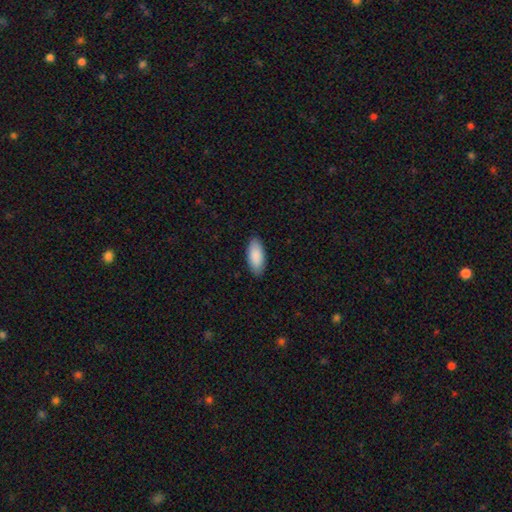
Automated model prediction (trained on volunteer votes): smooth-or-featured: smooth: 90% | star or artifact: 5% | featured or disk: 5%
  how-rounded: in between: 89% | cigar-shaped: 10% | round: 1%
  merging: none: 89% | minor disturbance: 8% | major disturbance: 2% | merger: 1%